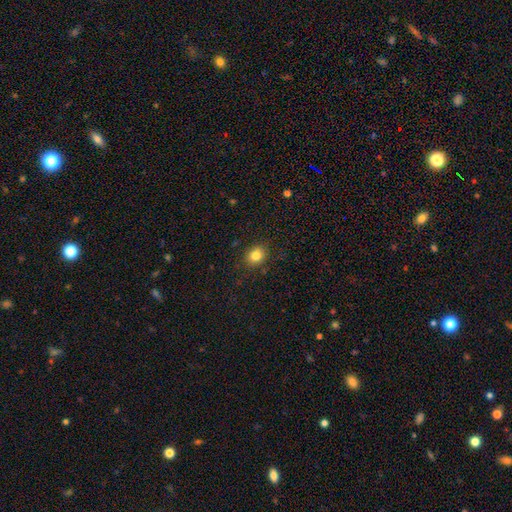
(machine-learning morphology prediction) type=smooth (82%); roundness=round (66%); merging=none (87%).